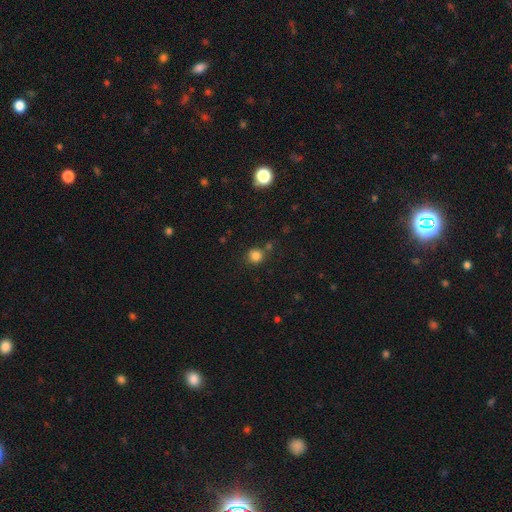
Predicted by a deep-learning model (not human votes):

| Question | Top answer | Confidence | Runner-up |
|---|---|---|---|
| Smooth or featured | smooth | 82% | star or artifact (14%) |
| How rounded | round | 90% | in between (9%) |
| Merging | none | 74% | merger (11%) |